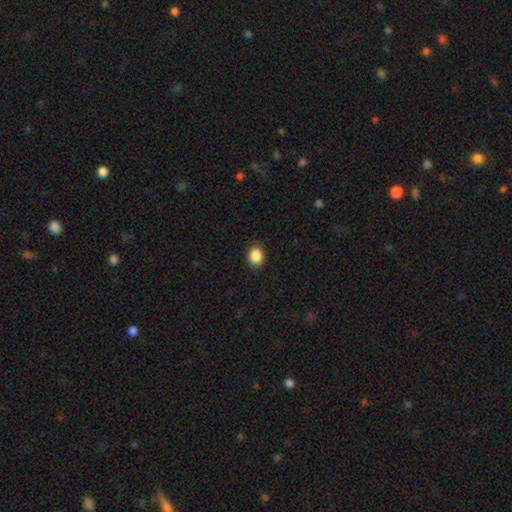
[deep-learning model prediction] Overall: smooth (87%). How rounded: round (58%; in between 42%). Merging: none (89%).